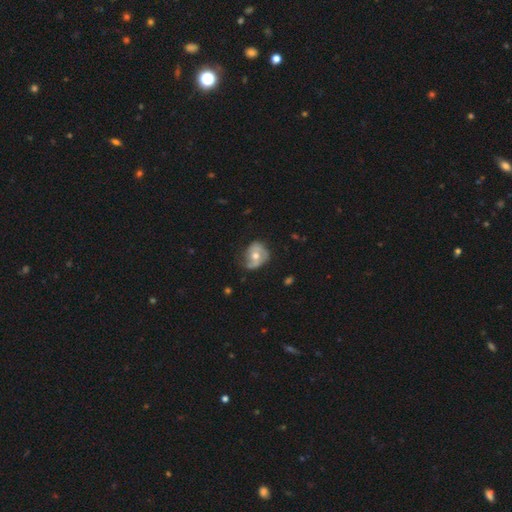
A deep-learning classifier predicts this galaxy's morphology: The model was most divided on "merging": none: 48%, minor disturbance: 33%, major disturbance: 17%, merger: 2%. More confident: edge-on disk — no (97%); spiral arms — yes (74%); bar — no (74%); bulge size — moderate (74%); smooth or featured — featured or disk (61%).